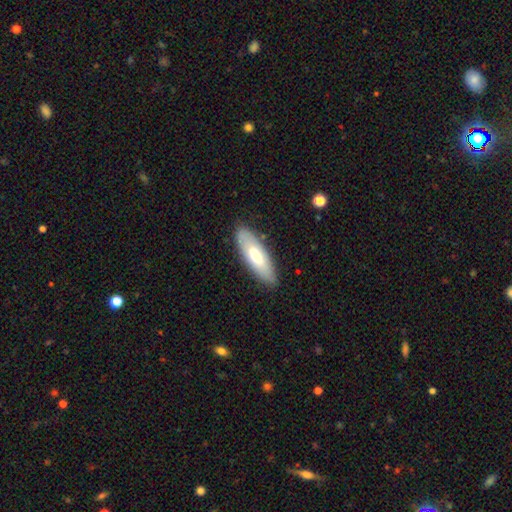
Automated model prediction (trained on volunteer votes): Smooth or featured? smooth (65%)
How rounded? in between (62%)
Merging? none (86%)